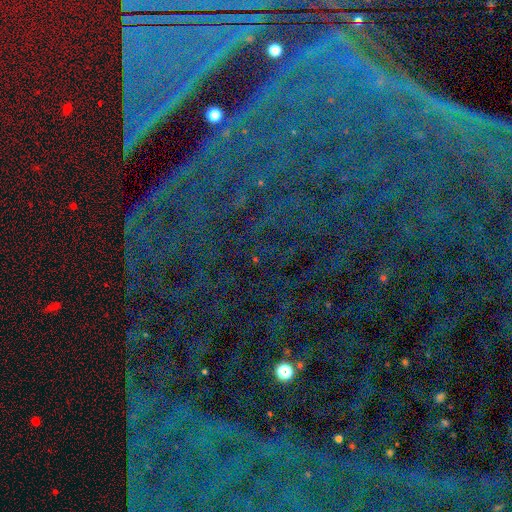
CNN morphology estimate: A star or artifact, not a galaxy (87%).

Vote fractions:
- Smooth or featured? star or artifact: 87% / featured or disk: 7% / smooth: 6%